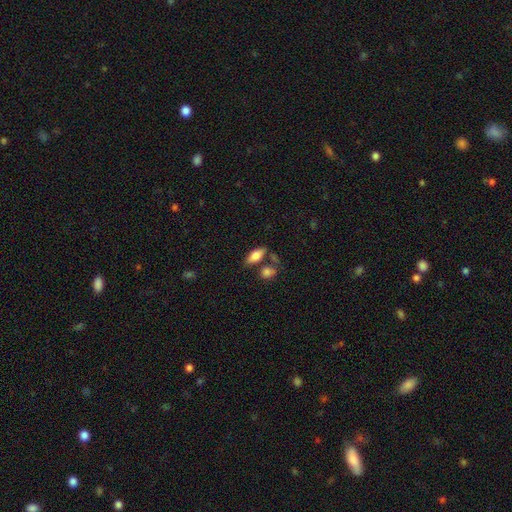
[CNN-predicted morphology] Q: Smooth or featured?
A: smooth (73%); runner-up: featured or disk (19%)
Q: How rounded?
A: in between (82%); runner-up: cigar-shaped (13%)
Q: Merging?
A: none (65%); runner-up: merger (16%)